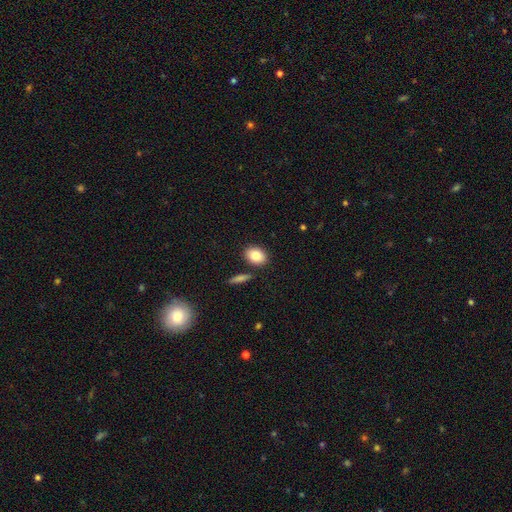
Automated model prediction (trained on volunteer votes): Overall: smooth (83%). How rounded: in between (70%). Merging: none (83%).